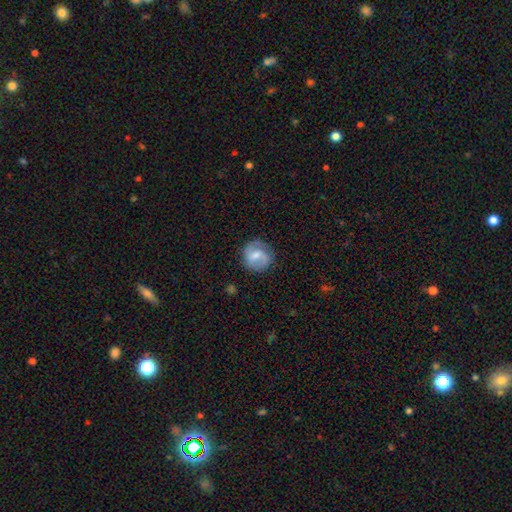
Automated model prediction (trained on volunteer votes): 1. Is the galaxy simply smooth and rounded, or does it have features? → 53% featured or disk, 40% smooth, 7% star or artifact.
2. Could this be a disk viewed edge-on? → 97% no, 3% yes.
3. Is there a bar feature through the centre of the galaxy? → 56% weak, 24% no, 20% strong.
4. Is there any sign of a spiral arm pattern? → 83% yes, 17% no.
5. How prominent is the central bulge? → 46% moderate, 39% small, 8% none, 5% large, 1% dominant.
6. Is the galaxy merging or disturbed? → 76% none, 16% minor disturbance, 6% major disturbance, 1% merger.